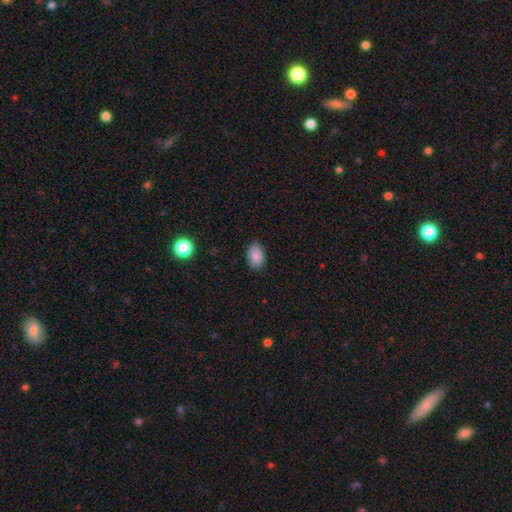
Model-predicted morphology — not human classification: Q: Smooth or featured?
A: smooth (88%); runner-up: star or artifact (8%)
Q: How rounded?
A: in between (89%); runner-up: round (9%)
Q: Merging?
A: none (83%); runner-up: minor disturbance (13%)